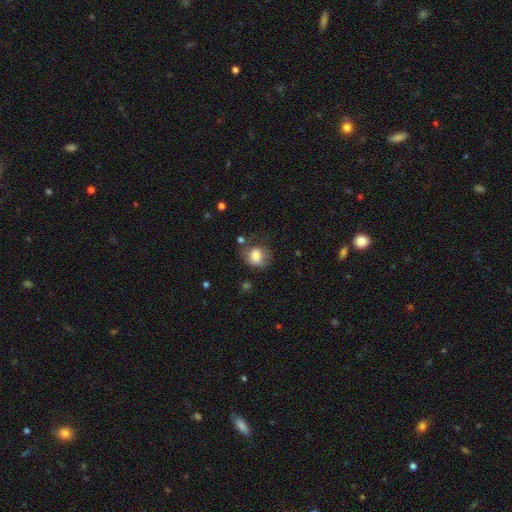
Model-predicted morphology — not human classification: Q: Smooth or featured?
A: smooth (73%); runner-up: featured or disk (18%)
Q: How rounded?
A: round (68%); runner-up: in between (31%)
Q: Merging?
A: none (56%); runner-up: minor disturbance (25%)